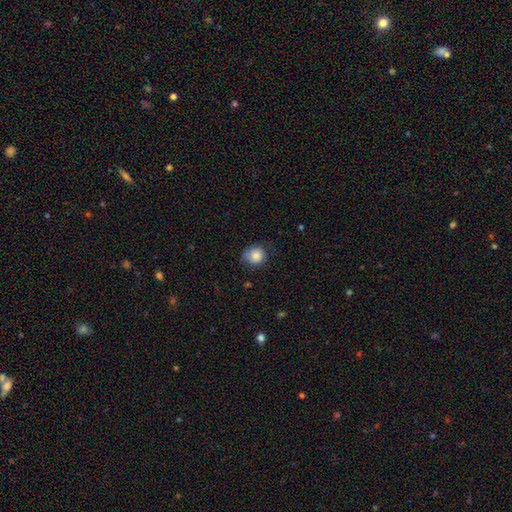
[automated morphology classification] type=smooth (85%); roundness=round (82%); merging=none (67%).